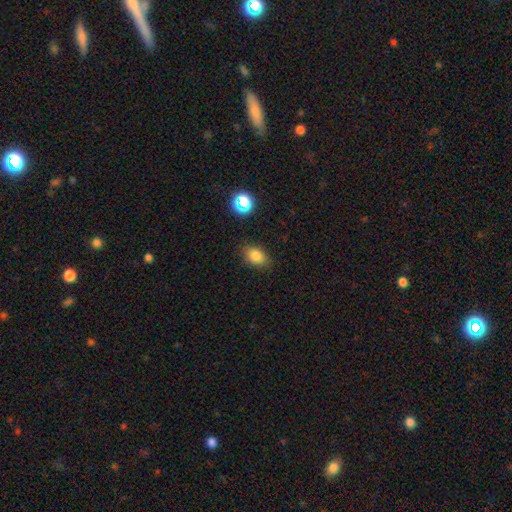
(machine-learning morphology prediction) Overall: smooth (81%). How rounded: in between (76%). Merging: none (83%).